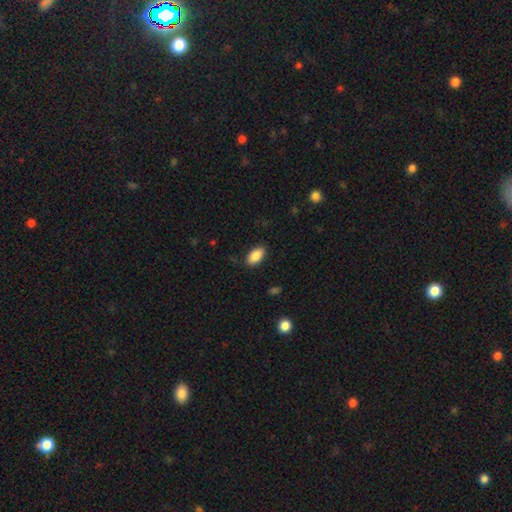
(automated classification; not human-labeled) Q: Smooth or featured?
A: smooth (88%); runner-up: star or artifact (7%)
Q: How rounded?
A: in between (93%); runner-up: round (3%)
Q: Merging?
A: none (87%); runner-up: minor disturbance (10%)